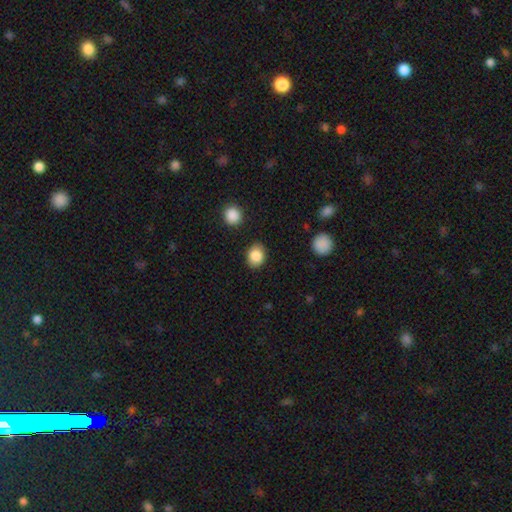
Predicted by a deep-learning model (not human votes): Smooth or featured: smooth — 86% (star or artifact — 9%)
How rounded: round — 51% (in between — 48%)
Merging: none — 85% (minor disturbance — 10%)